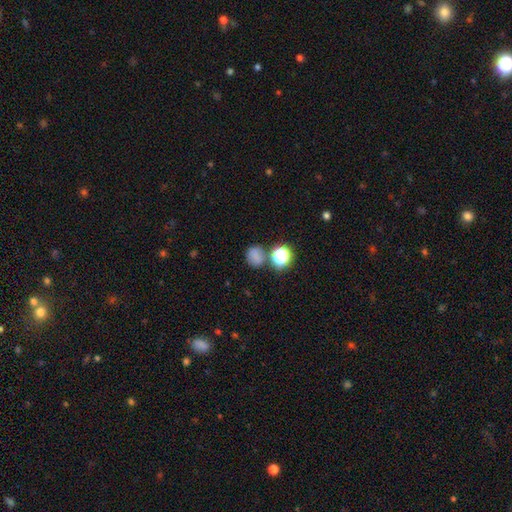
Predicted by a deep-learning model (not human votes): A smooth galaxy with no disk features (73%) that is round (67%). Merging: none (62%).